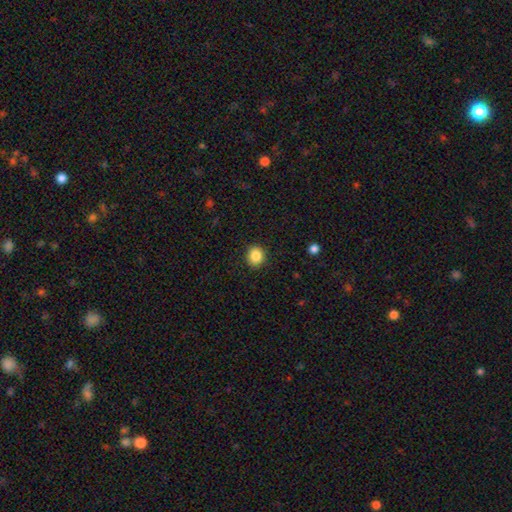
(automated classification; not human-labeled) A smooth galaxy with no disk features (86%) that is round (79%). Merging: none (90%).